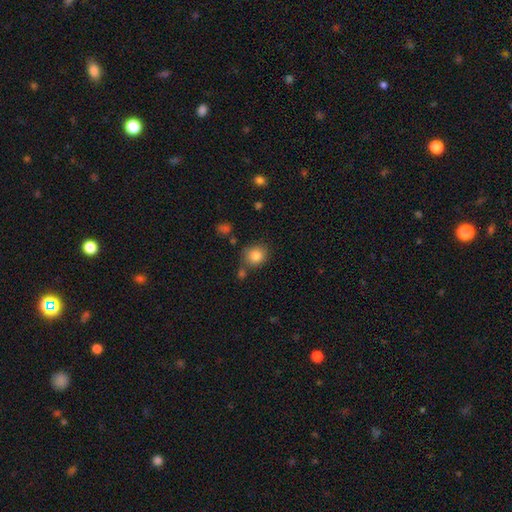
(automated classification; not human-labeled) Smooth or featured?
  - smooth: 84% *
  - star or artifact: 9%
  - featured or disk: 6%
How rounded?
  - round: 81% *
  - in between: 18%
  - cigar-shaped: 1%
Merging?
  - none: 69% *
  - minor disturbance: 15%
  - merger: 11%
  - major disturbance: 5%